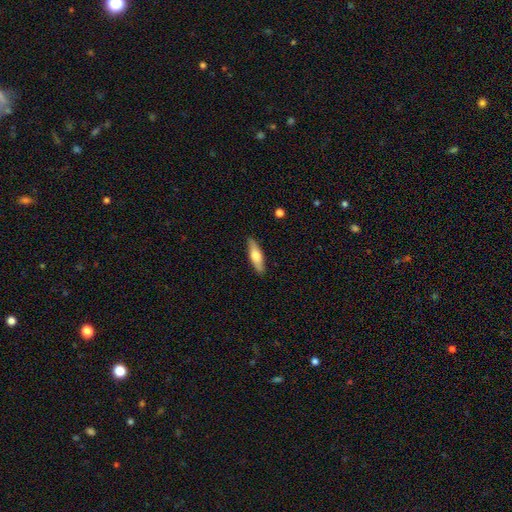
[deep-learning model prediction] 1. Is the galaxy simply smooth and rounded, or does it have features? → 63% smooth, 31% featured or disk, 6% star or artifact.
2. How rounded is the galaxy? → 56% cigar-shaped, 42% in between, 2% round.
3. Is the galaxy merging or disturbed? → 88% none, 9% minor disturbance, 2% major disturbance, 1% merger.